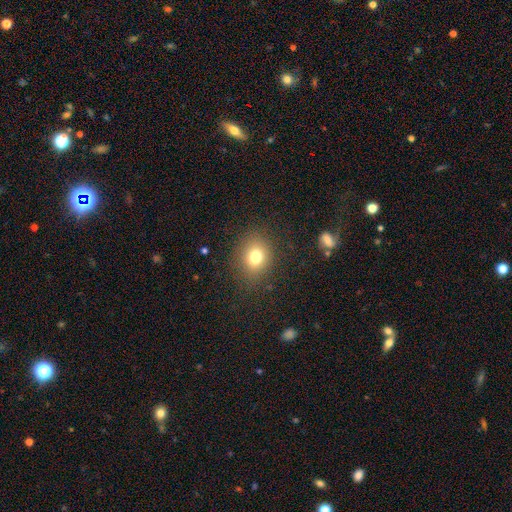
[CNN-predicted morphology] The model was most divided on "how rounded": round: 52%, in between: 47%, cigar-shaped: 1%. More confident: merging — none (80%); smooth or featured — smooth (76%).